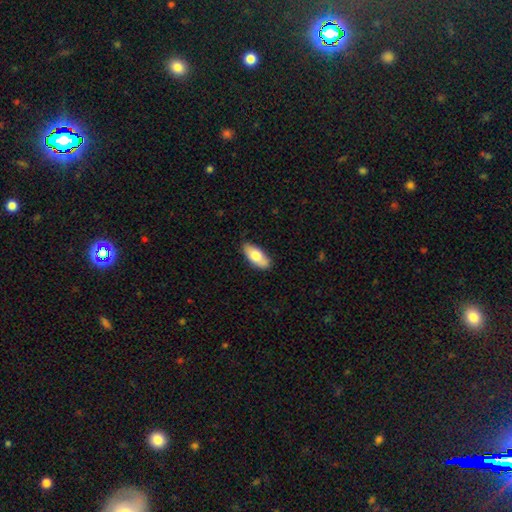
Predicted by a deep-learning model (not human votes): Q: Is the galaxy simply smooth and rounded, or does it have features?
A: smooth — 75%.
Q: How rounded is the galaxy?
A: in between — 86%.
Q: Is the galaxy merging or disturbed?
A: none — 80%.